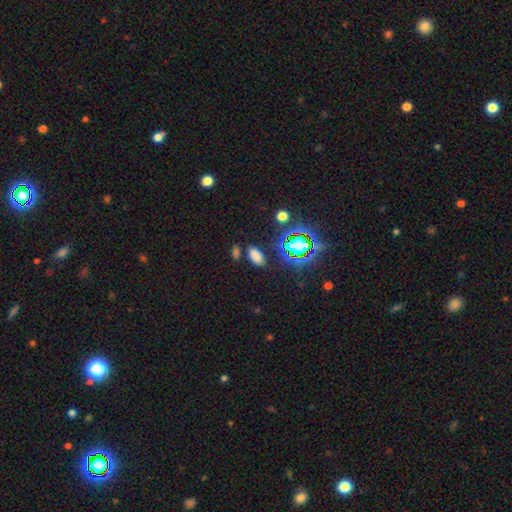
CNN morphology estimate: This appears to be a smooth galaxy with no disk features (74%) that is in between round and cigar-shaped (92%). Merging: none (82%).